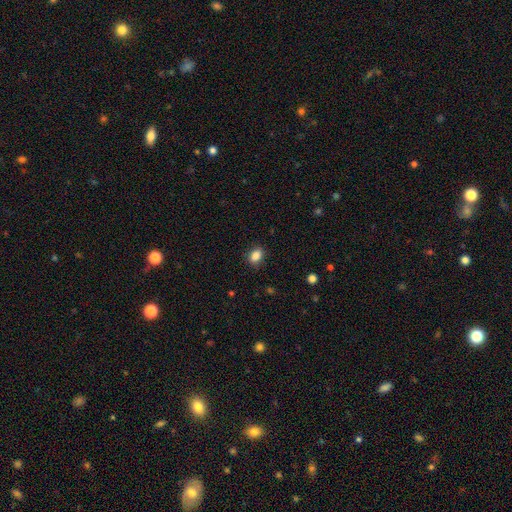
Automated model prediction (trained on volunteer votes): Smooth or featured?
  - smooth: 86% *
  - star or artifact: 9%
  - featured or disk: 4%
How rounded?
  - in between: 73% *
  - round: 25%
  - cigar-shaped: 1%
Merging?
  - none: 87% *
  - minor disturbance: 9%
  - major disturbance: 2%
  - merger: 1%